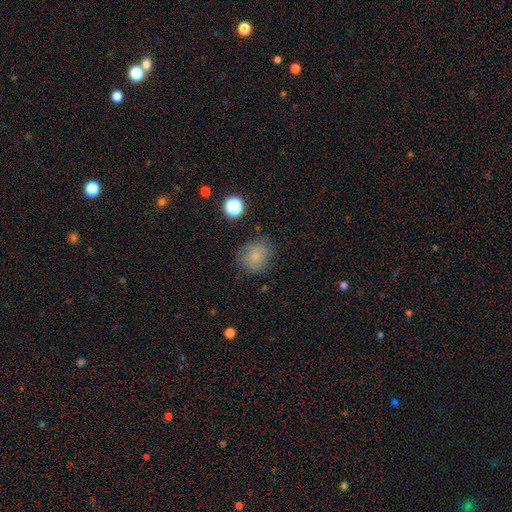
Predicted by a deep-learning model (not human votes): Smooth or featured?
  - smooth: 78% *
  - star or artifact: 12%
  - featured or disk: 10%
How rounded?
  - round: 73% *
  - in between: 26%
  - cigar-shaped: 1%
Merging?
  - none: 73% *
  - minor disturbance: 19%
  - major disturbance: 6%
  - merger: 2%